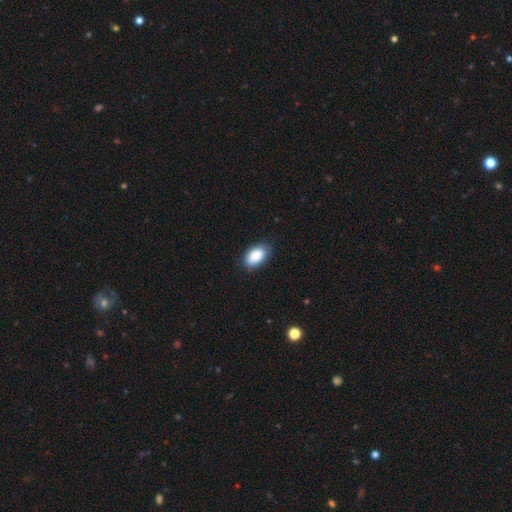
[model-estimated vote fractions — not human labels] Morphology: type=smooth (89%); roundness=in between (93%); merging=none (83%).